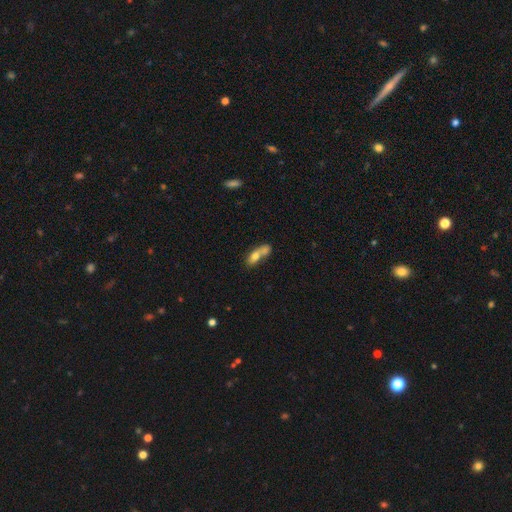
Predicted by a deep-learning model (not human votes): Q: Smooth or featured?
A: smooth (66%); runner-up: featured or disk (25%)
Q: How rounded?
A: in between (69%); runner-up: cigar-shaped (22%)
Q: Merging?
A: merger (60%); runner-up: none (23%)